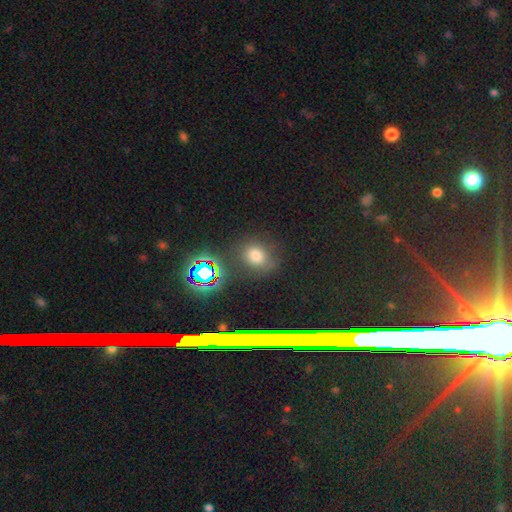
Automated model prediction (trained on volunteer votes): The model was most divided on "smooth or featured": smooth: 63%, star or artifact: 27%, featured or disk: 10%. More confident: merging — none (78%); how rounded — round (68%).